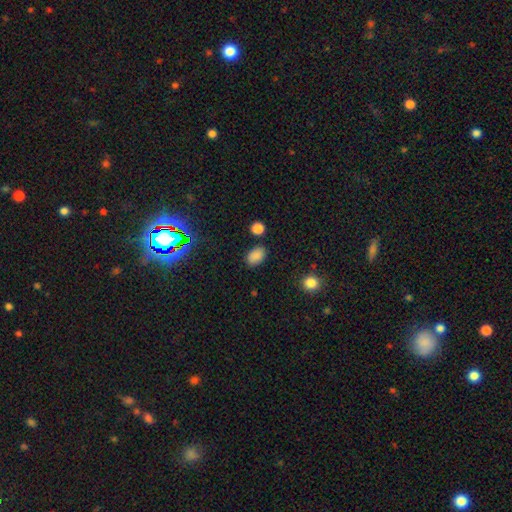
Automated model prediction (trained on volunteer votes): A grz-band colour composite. It shows a smooth galaxy with no disk features (85%) that is in between round and cigar-shaped (86%). Merging: none (81%).